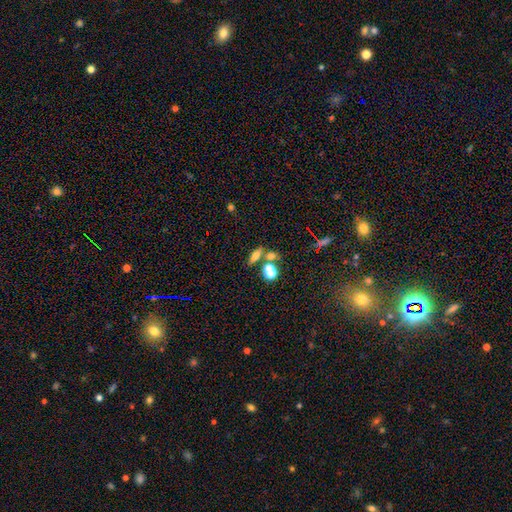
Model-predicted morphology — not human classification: A smooth galaxy with no disk features (57%) that is in between round and cigar-shaped (52%). Merging: none (56%).